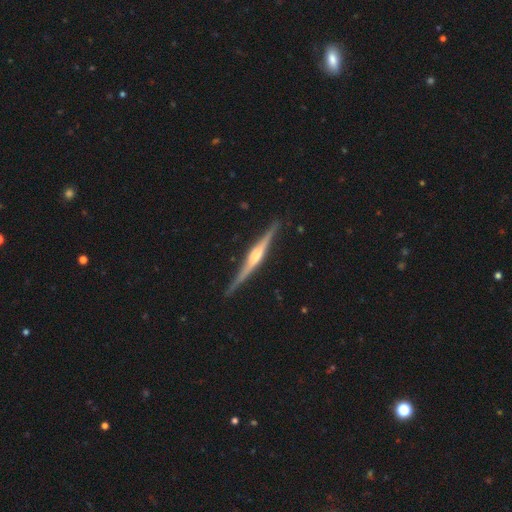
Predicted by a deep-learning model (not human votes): smooth-or-featured: featured or disk: 87% | smooth: 8% | star or artifact: 4%
  disk-edge-on: yes: 98% | no: 2%
    edge-on-bulge: rounded: 80% | boxy: 13% | none: 8%
  merging: none: 90% | minor disturbance: 7% | major disturbance: 1% | merger: 1%